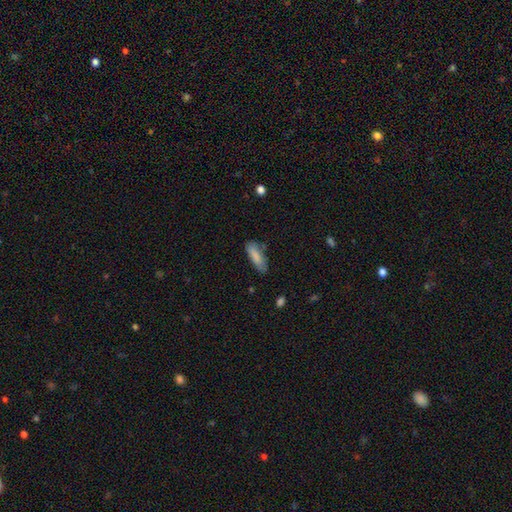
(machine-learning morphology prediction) Smooth or featured: smooth — 83% (featured or disk — 11%)
How rounded: in between — 59% (cigar-shaped — 40%)
Merging: none — 69% (minor disturbance — 24%)